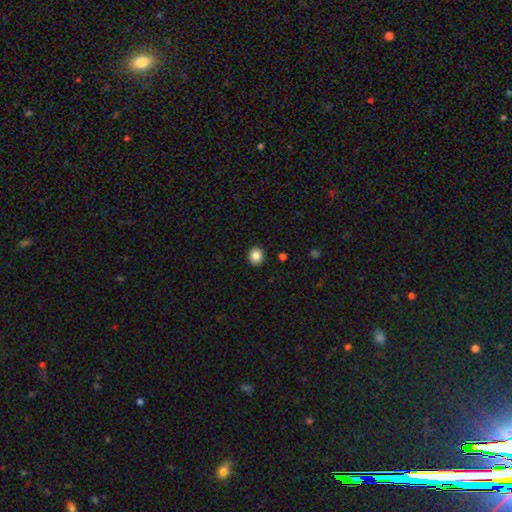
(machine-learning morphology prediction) type=smooth (85%); roundness=round (71%); merging=none (91%).